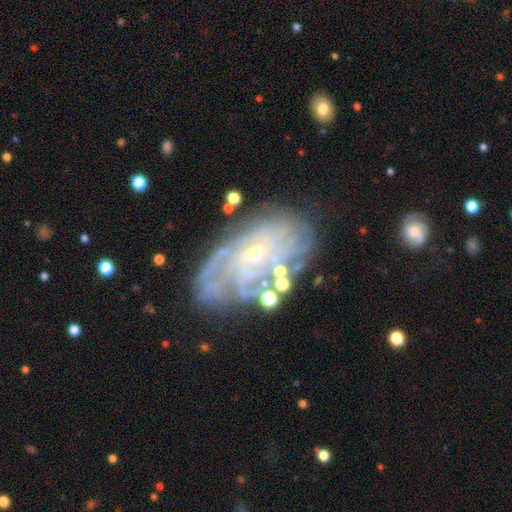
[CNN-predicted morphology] Smooth or featured? Predicted: featured or disk (p=0.81). Edge-on disk? Predicted: no (p=0.95). Bar? Predicted: no (p=0.74). Spiral arms? Predicted: yes (p=0.89). Spiral winding? Predicted: tight (p=0.71). Spiral arm count? Predicted: can't tell (p=0.48). Bulge size? Predicted: small (p=0.80). Merging? Predicted: none (p=0.68).